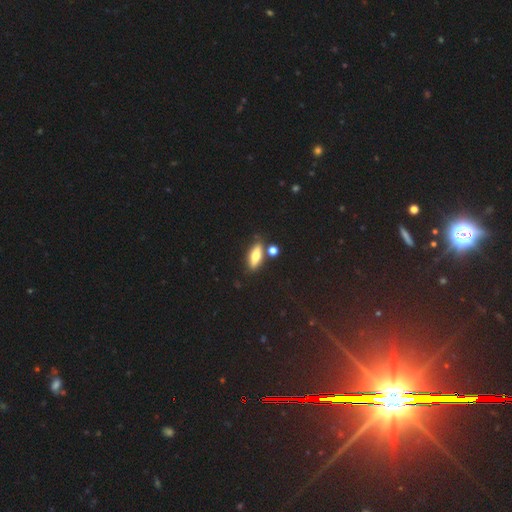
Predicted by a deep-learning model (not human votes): A smooth galaxy with no disk features (64%) that is in between round and cigar-shaped (56%). Merging: none (76%).